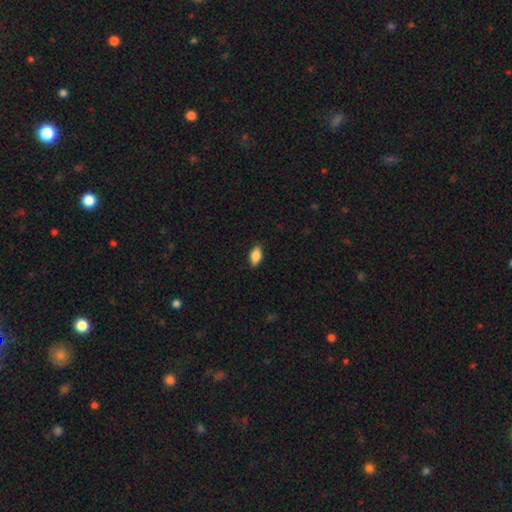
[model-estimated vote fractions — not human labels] Morphology: type=smooth (84%); roundness=in between (90%); merging=none (86%).